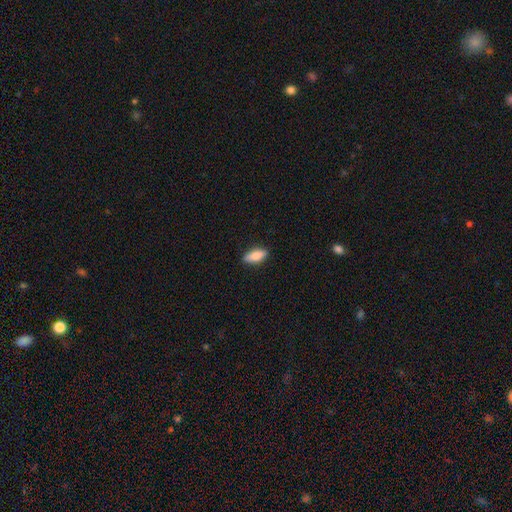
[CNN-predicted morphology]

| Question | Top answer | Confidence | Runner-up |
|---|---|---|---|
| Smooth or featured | smooth | 81% | featured or disk (13%) |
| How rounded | in between | 77% | cigar-shaped (21%) |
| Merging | none | 88% | minor disturbance (9%) |